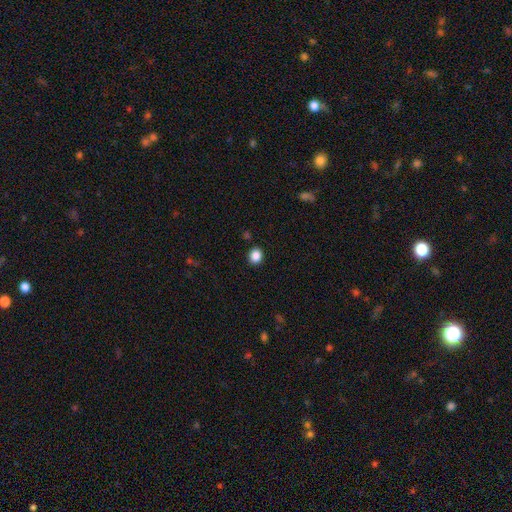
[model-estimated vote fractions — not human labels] The model was most divided on "how rounded": round: 67%, in between: 32%, cigar-shaped: 1%. More confident: merging — none (91%); smooth or featured — smooth (87%).